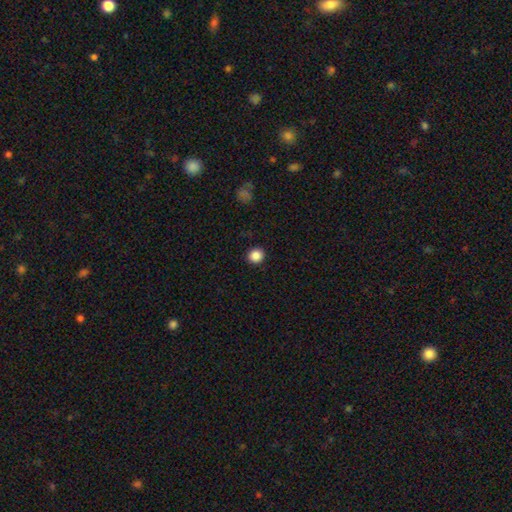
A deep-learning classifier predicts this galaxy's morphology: Overall: smooth (87%). How rounded: round (90%). Merging: none (92%).